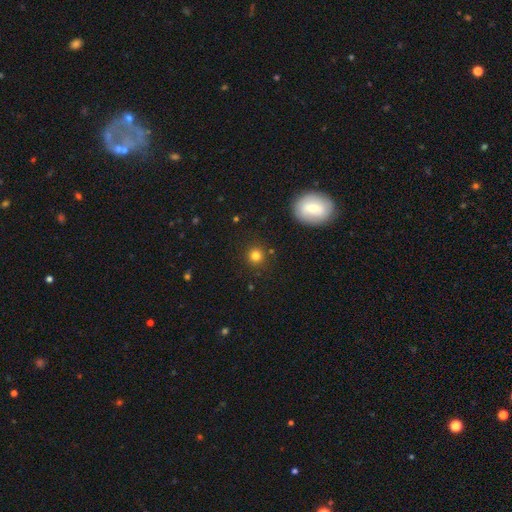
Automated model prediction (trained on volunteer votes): Smooth or featured? Predicted: smooth (p=0.80). How rounded? Predicted: round (p=0.93). Merging? Predicted: none (p=0.89).